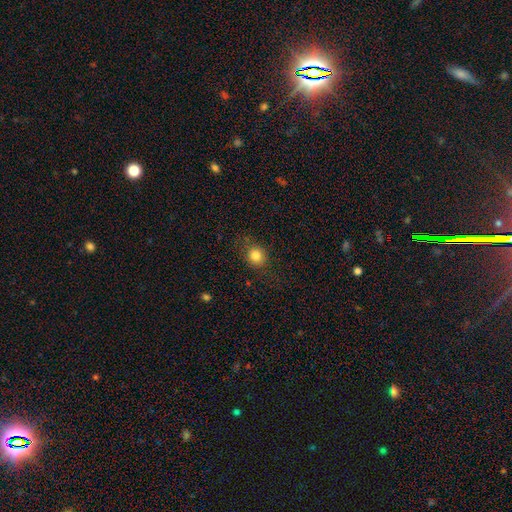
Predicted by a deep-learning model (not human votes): Morphology: type=smooth (82%); roundness=round (78%); merging=none (80%).